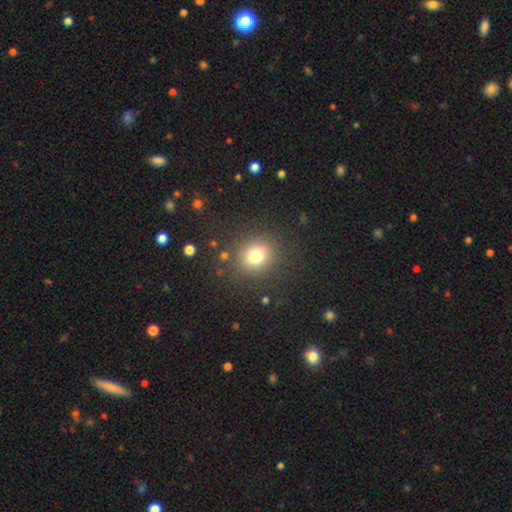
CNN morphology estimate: This appears to be a smooth galaxy with no disk features (76%) that is round (81%). Merging: none (86%).